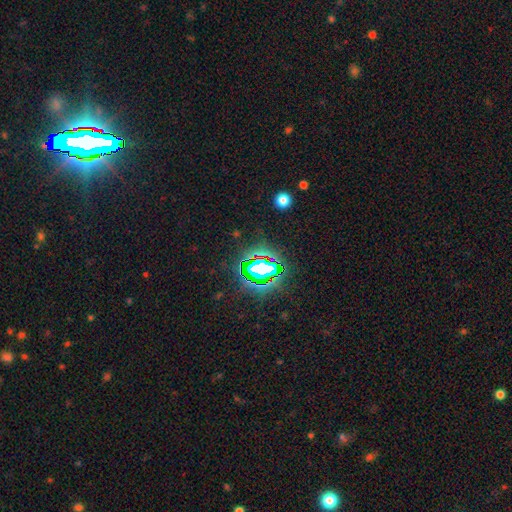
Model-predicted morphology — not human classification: Q: Smooth or featured?
A: star or artifact (82%); runner-up: smooth (11%)